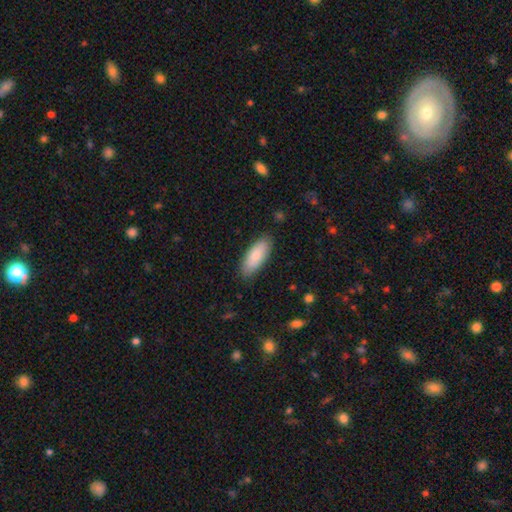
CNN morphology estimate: A smooth galaxy with no disk features (80%) that is in between round and cigar-shaped (81%).

Vote fractions:
- Smooth or featured? smooth: 80% / featured or disk: 15% / star or artifact: 6%
- How rounded? in between: 81% / cigar-shaped: 17% / round: 2%
- Merging? none: 84% / minor disturbance: 12% / major disturbance: 2% / merger: 1%